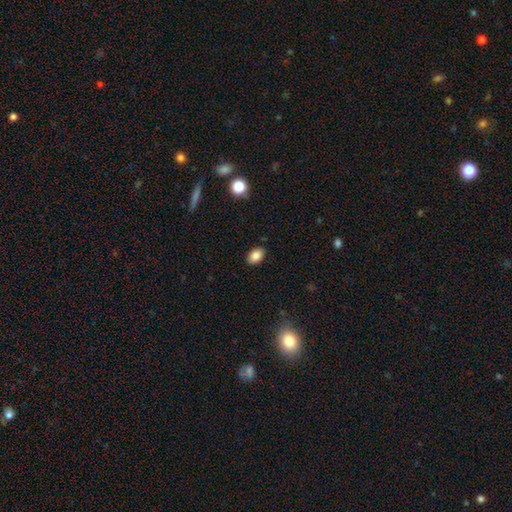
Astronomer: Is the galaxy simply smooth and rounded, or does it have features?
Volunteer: smooth — 82%.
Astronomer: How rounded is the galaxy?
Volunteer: in between — 75%.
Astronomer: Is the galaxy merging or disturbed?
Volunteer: none — 88%.